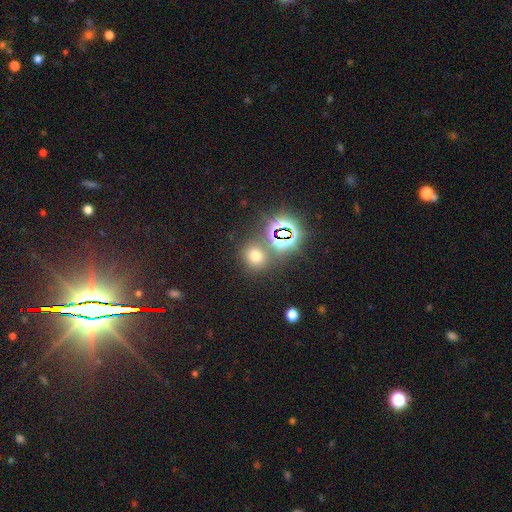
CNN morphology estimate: Smooth or featured? smooth (60%)
How rounded? round (79%)
Merging? none (74%)